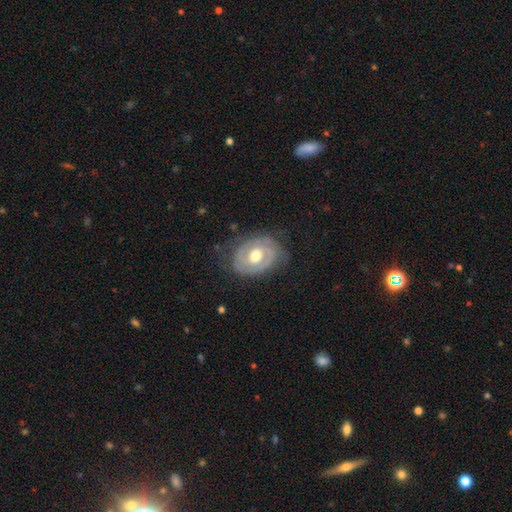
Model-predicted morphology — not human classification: A featured or disk galaxy (74%) with no bar (61%), spiral arms (67%) and a moderate central bulge (72%).

Vote fractions:
- Smooth or featured? featured or disk: 74% / smooth: 21% / star or artifact: 6%
- Edge-on disk? no: 96% / yes: 4%
- Bar? no: 61% / weak: 29% / strong: 9%
- Spiral arms? yes: 67% / no: 33%
- Bulge size? moderate: 72% / large: 20% / small: 6% / dominant: 1% / none: 1%
- Merging? none: 72% / minor disturbance: 19% / major disturbance: 8% / merger: 1%